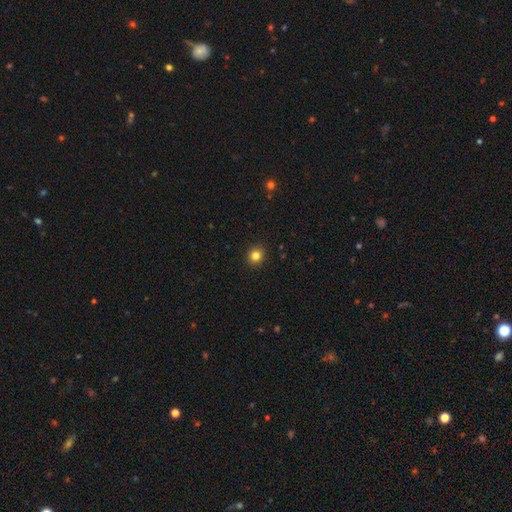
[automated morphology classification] smooth-or-featured: smooth: 83% | star or artifact: 12% | featured or disk: 5%
  how-rounded: round: 84% | in between: 15% | cigar-shaped: 1%
  merging: none: 92% | minor disturbance: 6% | major disturbance: 2% | merger: 1%